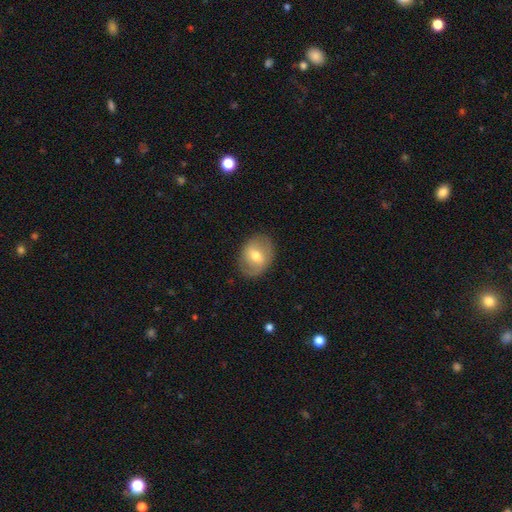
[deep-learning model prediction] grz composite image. It shows a smooth galaxy with no disk features (52%) that is in between round and cigar-shaped (58%). Merging: none (80%).